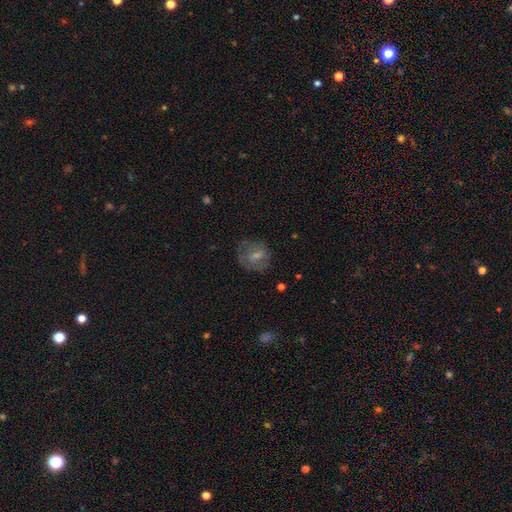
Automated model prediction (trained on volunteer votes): smooth-or-featured: smooth: 57% | featured or disk: 33% | star or artifact: 9%
  how-rounded: round: 67% | in between: 32% | cigar-shaped: 2%
  merging: none: 61% | minor disturbance: 22% | major disturbance: 15% | merger: 2%